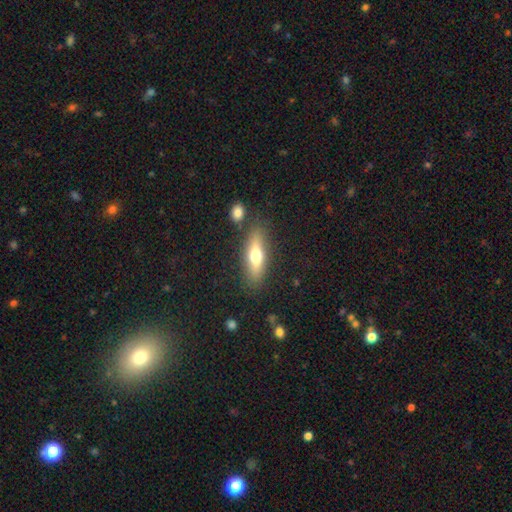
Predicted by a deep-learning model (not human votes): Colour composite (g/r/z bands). It shows a smooth galaxy with no disk features (59%) that is cigar-shaped (50%). Merging: none (81%).